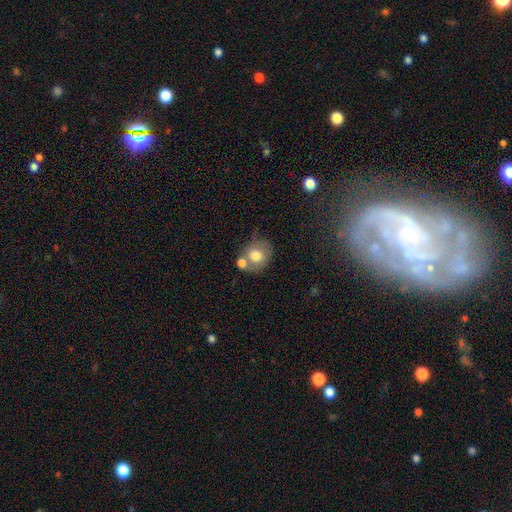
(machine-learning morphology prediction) This is likely a smooth galaxy (72%). How rounded: likely round (72%). Merging: marginally none (44%).